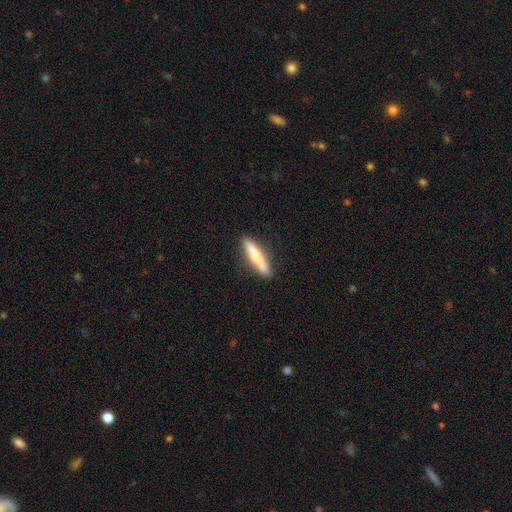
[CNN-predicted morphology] A smooth galaxy with no disk features (67%) that is cigar-shaped (90%). Merging: none (86%).